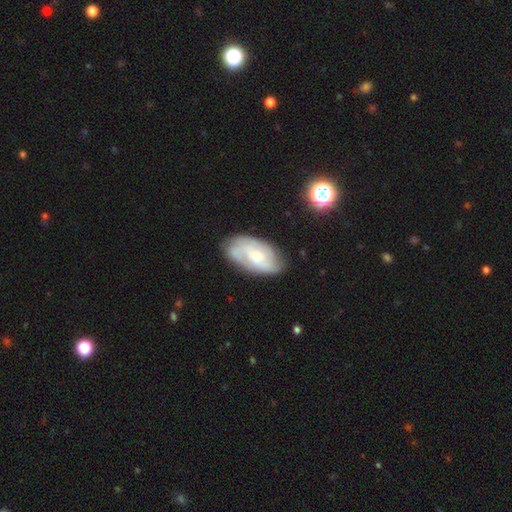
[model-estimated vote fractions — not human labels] Smooth or featured: featured or disk — 64% (smooth — 29%)
Edge-on disk: no — 95% (yes — 5%)
Bar: no — 63% (weak — 32%)
Spiral arms: yes — 86% (no — 14%)
Spiral winding: tight — 48% (medium — 38%)
Spiral arm count: can't tell — 41% (2 — 30%)
Bulge size: small — 48% (moderate — 35%)
Merging: none — 70% (minor disturbance — 21%)